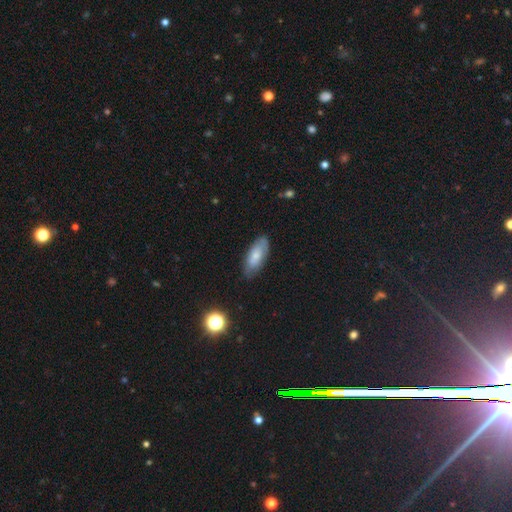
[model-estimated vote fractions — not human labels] Q: Smooth or featured?
A: smooth (72%); runner-up: featured or disk (21%)
Q: How rounded?
A: in between (81%); runner-up: cigar-shaped (17%)
Q: Merging?
A: none (77%); runner-up: minor disturbance (19%)